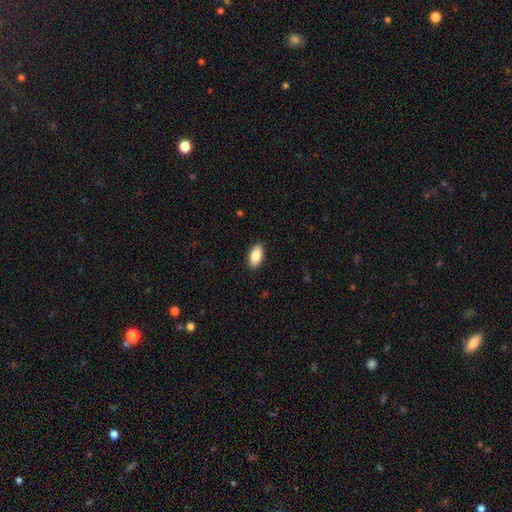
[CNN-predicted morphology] A smooth galaxy with no disk features (84%) that is in between round and cigar-shaped (92%).

Vote fractions:
- Smooth or featured? smooth: 84% / featured or disk: 10% / star or artifact: 6%
- How rounded? in between: 92% / cigar-shaped: 4% / round: 3%
- Merging? none: 90% / minor disturbance: 8% / major disturbance: 2% / merger: 1%